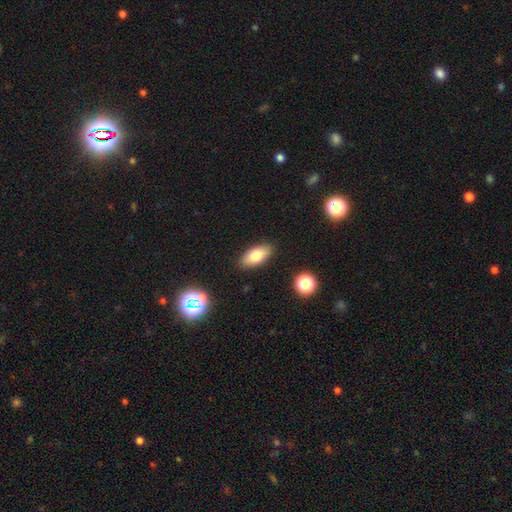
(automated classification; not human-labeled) smooth_or_featured: smooth (p=0.77) [alt: featured or disk p=0.15]
how_rounded: in between (p=0.89) [alt: cigar-shaped p=0.08]
merging: none (p=0.87) [alt: minor disturbance p=0.09]